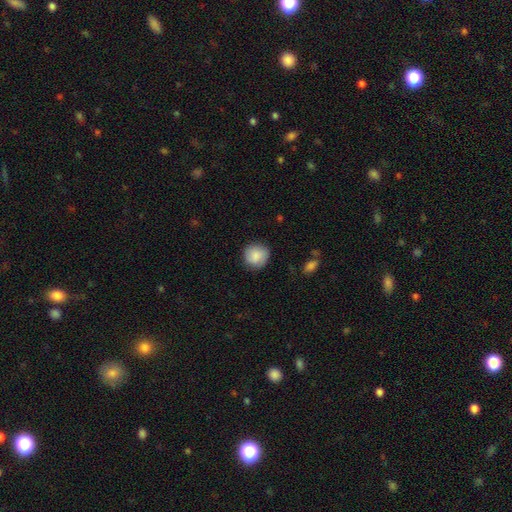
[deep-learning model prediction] Q: Smooth or featured?
A: smooth (87%); runner-up: star or artifact (7%)
Q: How rounded?
A: round (90%); runner-up: in between (9%)
Q: Merging?
A: none (83%); runner-up: minor disturbance (13%)